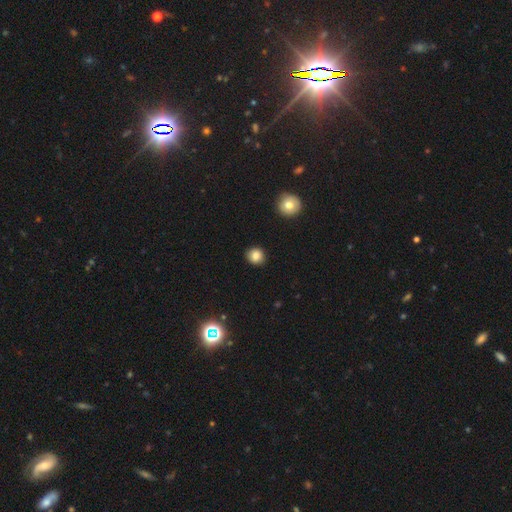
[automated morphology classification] Smooth or featured: smooth — 84% (star or artifact — 11%)
How rounded: round — 85% (in between — 14%)
Merging: none — 90% (minor disturbance — 7%)